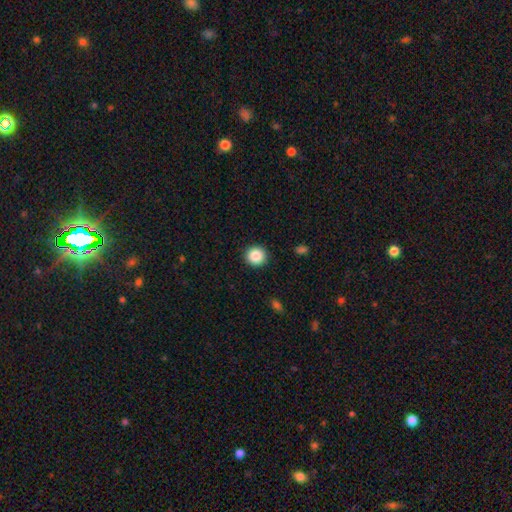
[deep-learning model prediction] Overall: smooth (87%). How rounded: round (94%). Merging: none (92%).